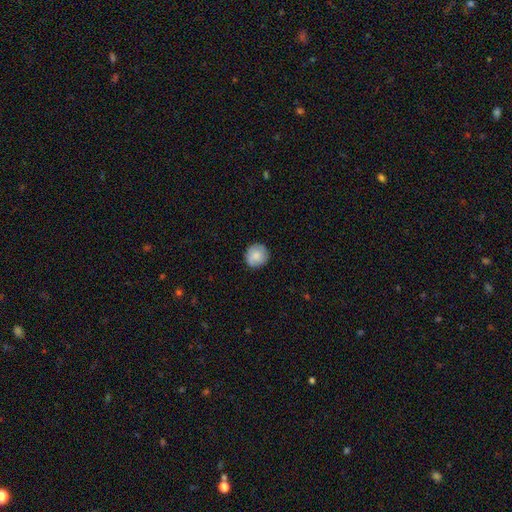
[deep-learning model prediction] smooth_or_featured: smooth (p=0.77) [alt: featured or disk p=0.16]
how_rounded: round (p=0.91) [alt: in between p=0.08]
merging: none (p=0.86) [alt: minor disturbance p=0.11]